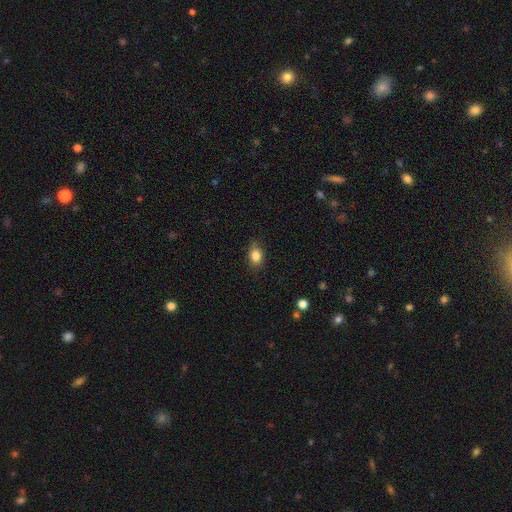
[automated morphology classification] smooth 84%, star or artifact 9%, featured or disk 7%. Down the decision tree: how rounded — in between (70%); merging — none (76%).